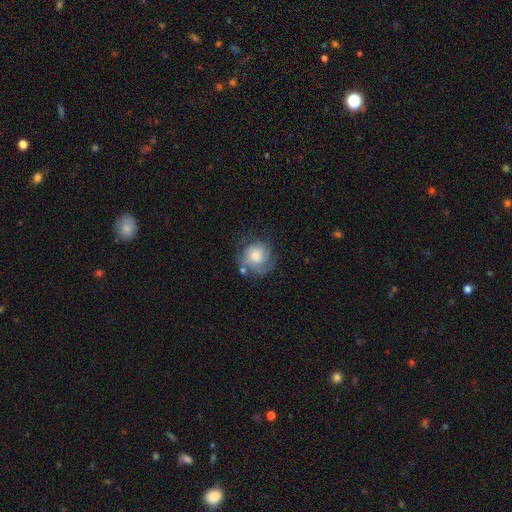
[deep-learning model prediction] This appears to be a smooth galaxy with no disk features (58%) that is round (85%). Merging: none (57%).